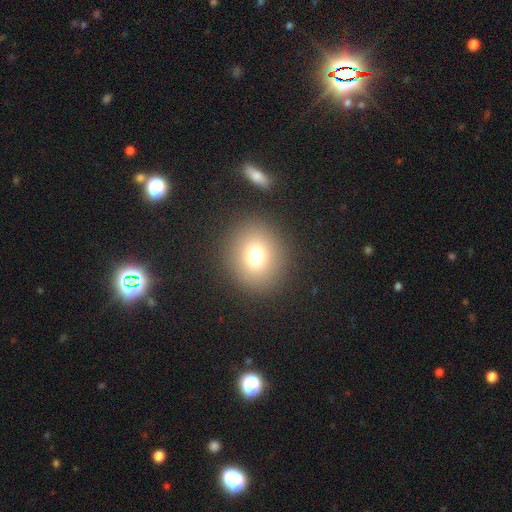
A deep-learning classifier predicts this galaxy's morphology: A smooth galaxy with no disk features (73%) that is round (83%). Merging: none (88%).